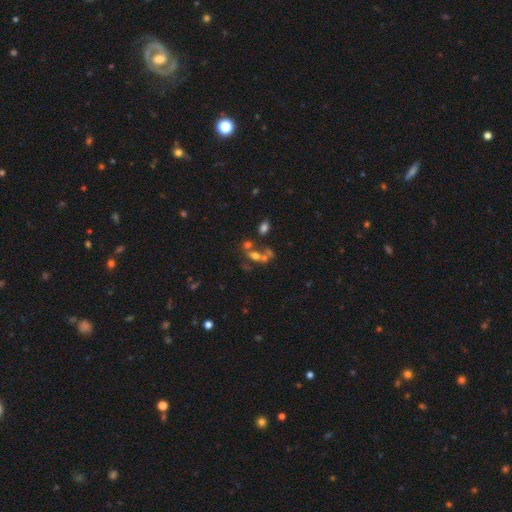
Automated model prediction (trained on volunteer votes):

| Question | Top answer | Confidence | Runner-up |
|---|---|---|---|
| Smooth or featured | smooth | 40% | featured or disk (31%) |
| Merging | merger | 44% | none (36%) |